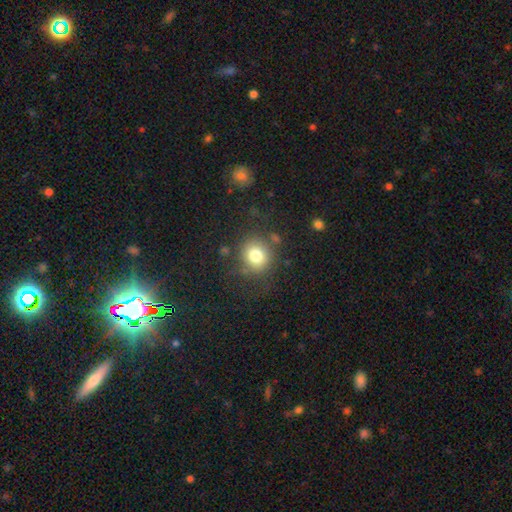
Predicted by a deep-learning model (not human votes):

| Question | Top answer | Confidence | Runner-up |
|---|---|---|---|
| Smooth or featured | smooth | 78% | star or artifact (12%) |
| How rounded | round | 84% | in between (15%) |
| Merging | none | 78% | minor disturbance (12%) |